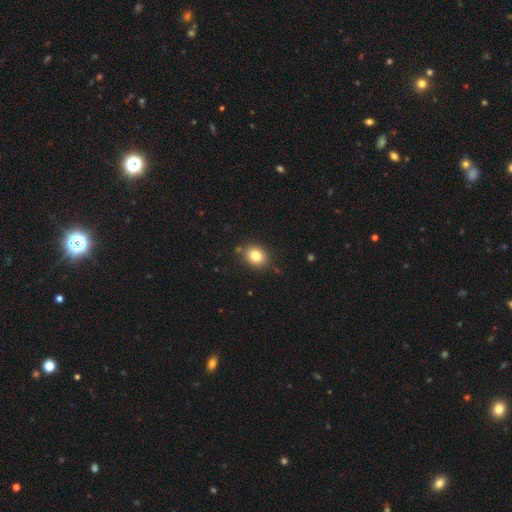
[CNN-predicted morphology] Smooth or featured?
  - smooth: 81% *
  - star or artifact: 11%
  - featured or disk: 8%
How rounded?
  - round: 61% *
  - in between: 39%
  - cigar-shaped: 1%
Merging?
  - none: 85% *
  - minor disturbance: 10%
  - merger: 3%
  - major disturbance: 2%